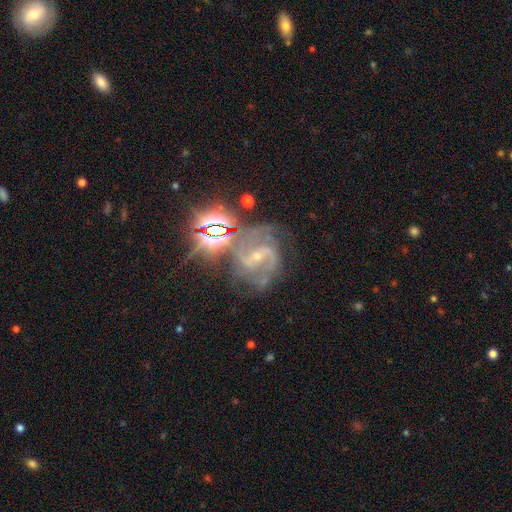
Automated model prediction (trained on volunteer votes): smooth-or-featured: featured or disk: 77% | star or artifact: 18% | smooth: 5%
  disk-edge-on: no: 97% | yes: 3%
    bar: weak: 41% | strong: 37% | no: 22%
    has-spiral-arms: yes: 97% | no: 3%
      spiral-winding: medium: 56% | tight: 26% | loose: 17%
      spiral-arm-count: 2: 68% | 3: 13% | can't tell: 9% | 4: 4% | 1: 3% | more than 4: 3%
    bulge-size: small: 72% | moderate: 23% | none: 3% | large: 1% | dominant: 1%
  merging: none: 60% | minor disturbance: 19% | major disturbance: 13% | merger: 8%